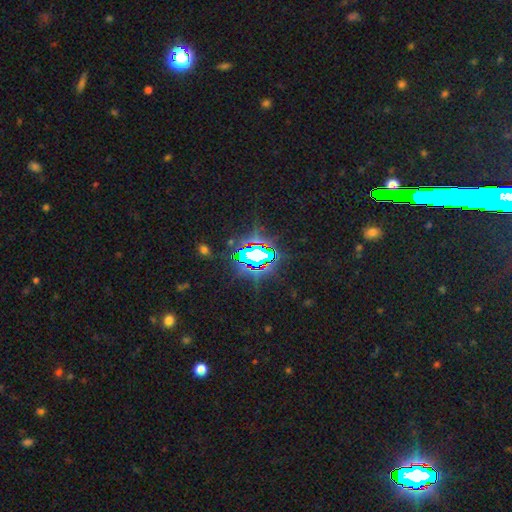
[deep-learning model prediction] Smooth or featured: star or artifact — 78% (featured or disk — 11%)